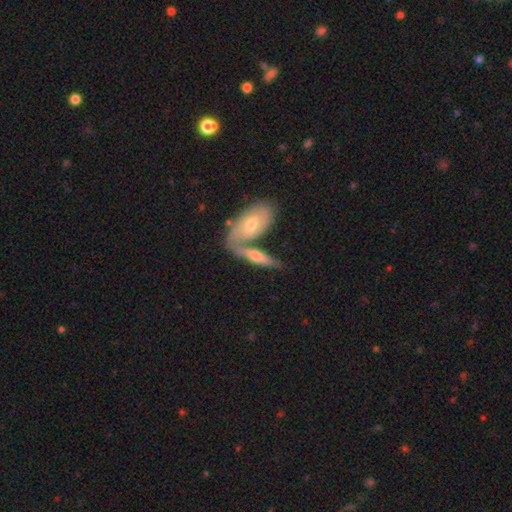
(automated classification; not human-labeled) The model was most divided on "merging": none: 42%, merger: 41%, minor disturbance: 13%, major disturbance: 4%. Remaining: smooth or featured — featured or disk (48%).